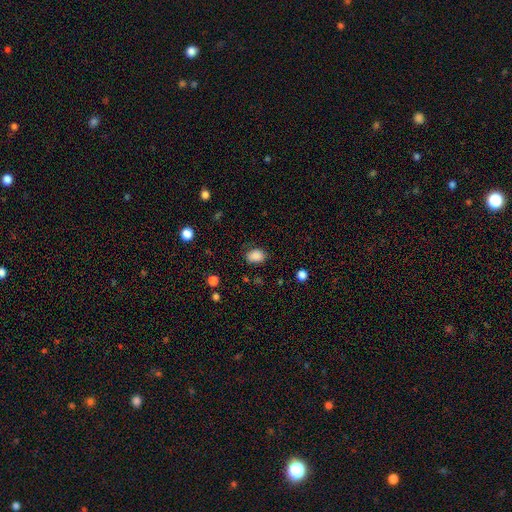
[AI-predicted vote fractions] A smooth galaxy with no disk features (87%) that is in between round and cigar-shaped (72%). Merging: none (80%).